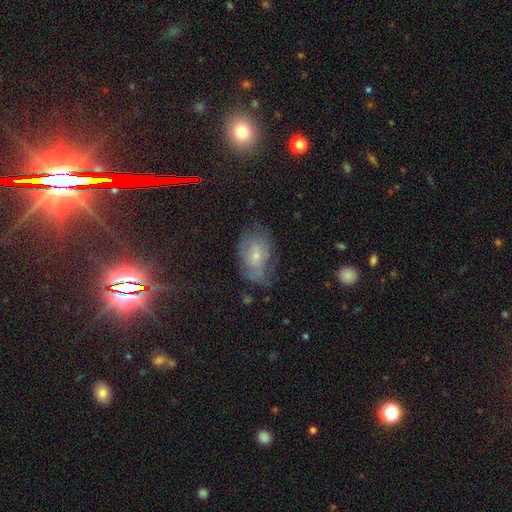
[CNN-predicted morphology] Overall: featured or disk (45%; smooth 38%). Merging: none (51%; minor disturbance 29%).